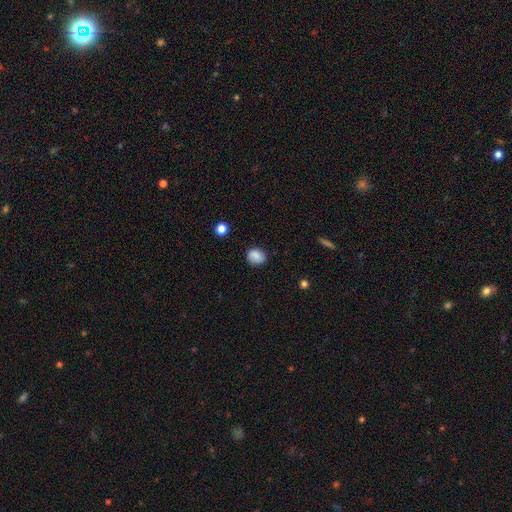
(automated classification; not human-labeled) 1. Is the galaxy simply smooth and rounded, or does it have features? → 84% smooth, 9% star or artifact, 7% featured or disk.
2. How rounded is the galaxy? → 59% round, 40% in between, 1% cigar-shaped.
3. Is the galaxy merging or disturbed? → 81% none, 14% minor disturbance, 3% major disturbance, 1% merger.